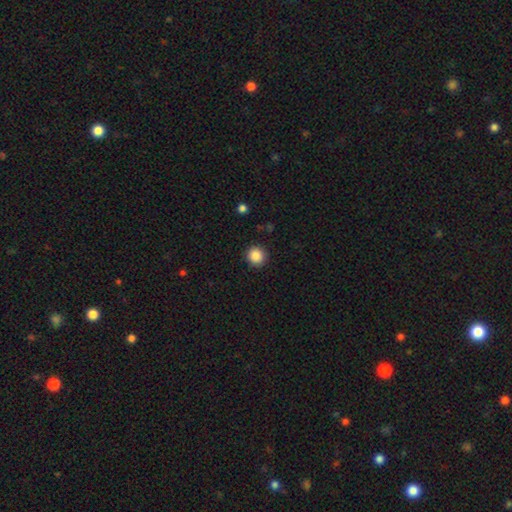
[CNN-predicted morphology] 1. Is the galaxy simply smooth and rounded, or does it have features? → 87% smooth, 10% star or artifact, 3% featured or disk.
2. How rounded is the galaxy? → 94% round, 5% in between, 1% cigar-shaped.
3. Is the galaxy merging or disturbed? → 91% none, 6% minor disturbance, 2% major disturbance, 1% merger.